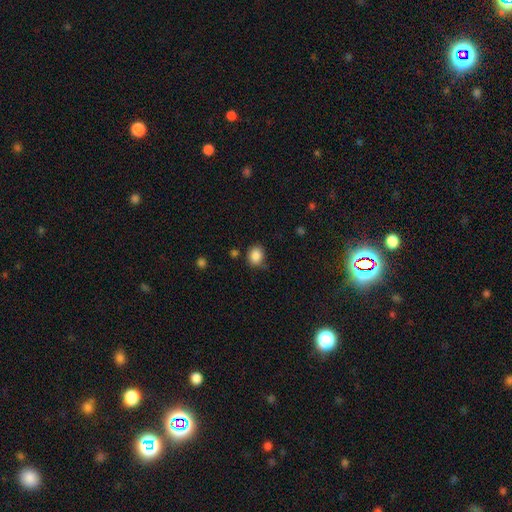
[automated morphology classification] Q: Smooth or featured?
A: smooth (86%); runner-up: star or artifact (10%)
Q: How rounded?
A: round (65%); runner-up: in between (34%)
Q: Merging?
A: none (75%); runner-up: minor disturbance (17%)